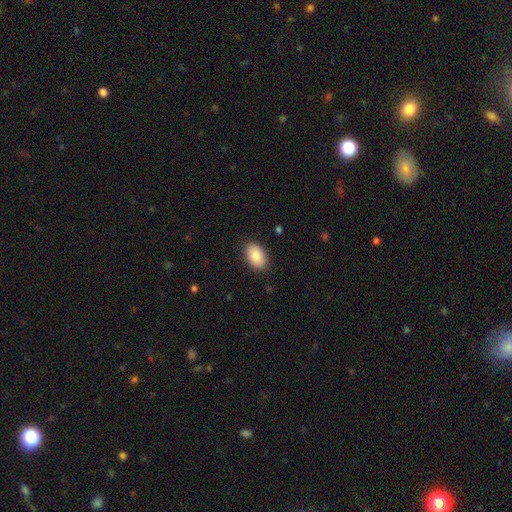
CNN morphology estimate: A smooth galaxy with no disk features (87%) that is in between round and cigar-shaped (91%).

Vote fractions:
- Smooth or featured? smooth: 87% / star or artifact: 7% / featured or disk: 6%
- How rounded? in between: 91% / round: 8% / cigar-shaped: 1%
- Merging? none: 87% / minor disturbance: 9% / major disturbance: 2% / merger: 1%